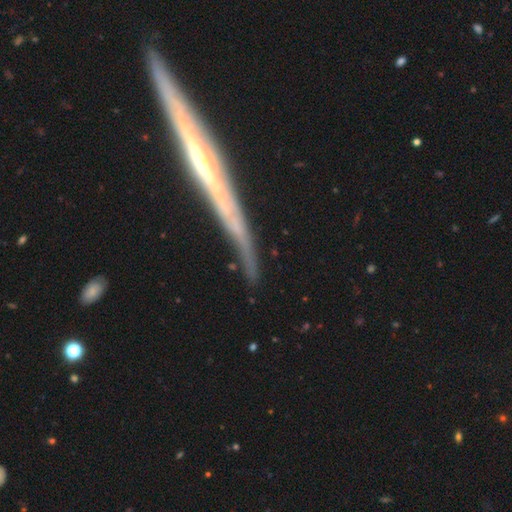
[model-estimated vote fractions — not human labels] Smooth or featured?
  - featured or disk: 46% *
  - smooth: 36%
  - star or artifact: 18%
Merging?
  - none: 73% *
  - minor disturbance: 15%
  - major disturbance: 7%
  - merger: 6%